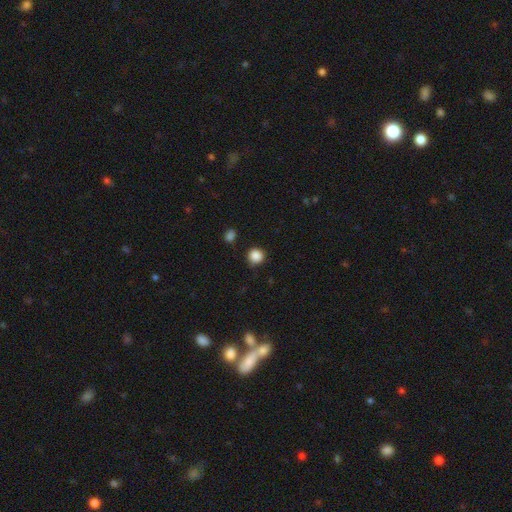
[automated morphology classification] type=smooth (87%); roundness=round (92%); merging=none (86%).